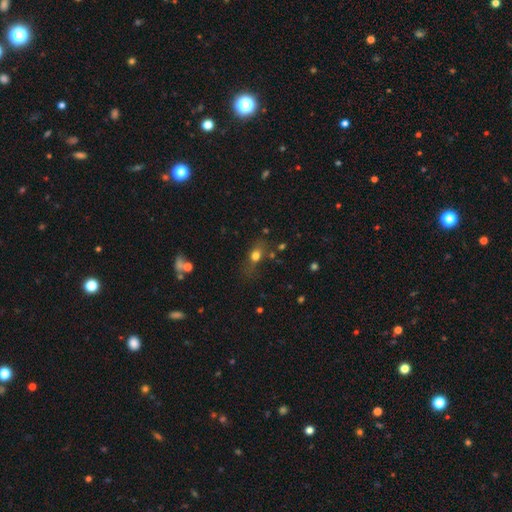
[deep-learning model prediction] This appears to be a smooth galaxy with no disk features (71%) that is in between round and cigar-shaped (57%). Merging: none (60%).